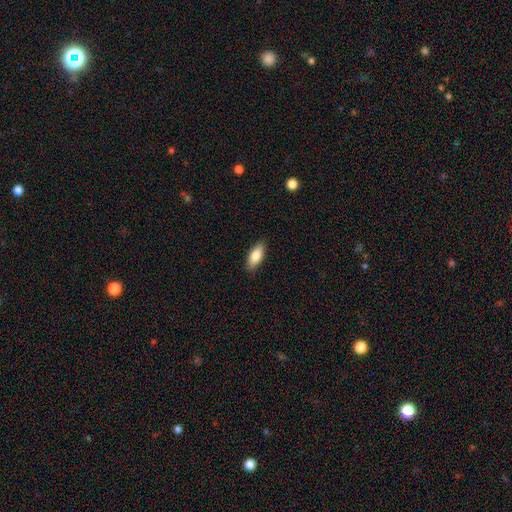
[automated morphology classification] smooth-or-featured: smooth: 81% | featured or disk: 13% | star or artifact: 6%
  how-rounded: in between: 78% | cigar-shaped: 20% | round: 2%
  merging: none: 89% | minor disturbance: 9% | major disturbance: 2% | merger: 1%